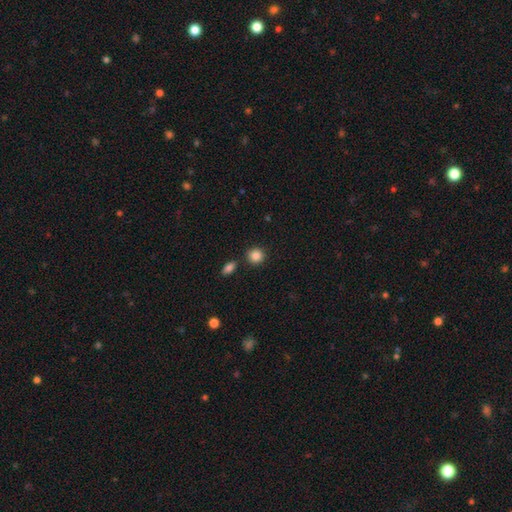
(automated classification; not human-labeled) This appears to be a smooth galaxy with no disk features (87%) that is round (88%). Merging: none (84%).